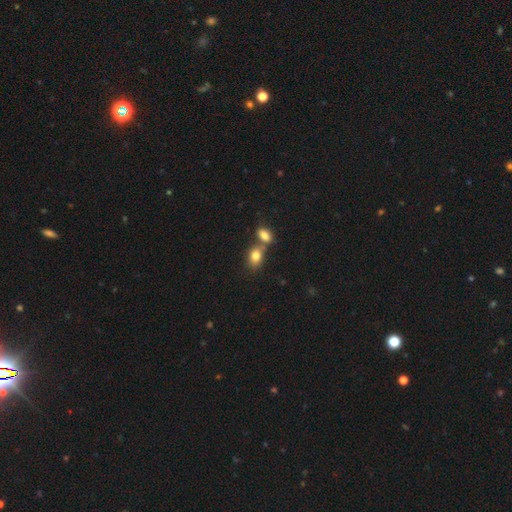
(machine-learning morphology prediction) Overall: smooth (81%). How rounded: in between (77%). Merging: merger (49%; none 38%).